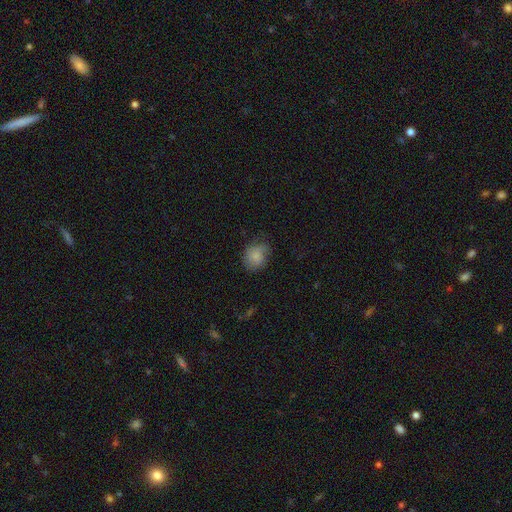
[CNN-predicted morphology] A smooth galaxy with no disk features (80%) that is round (60%). Merging: none (58%).